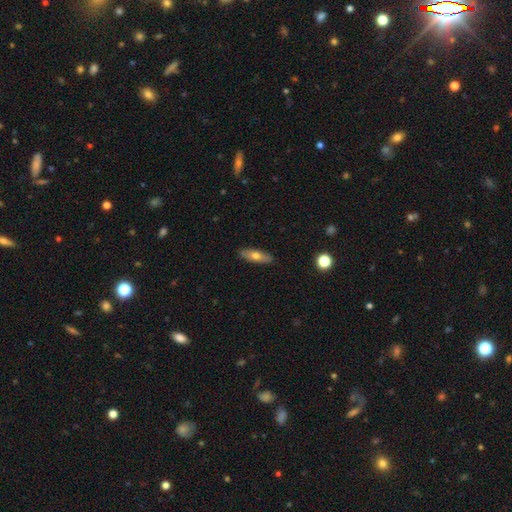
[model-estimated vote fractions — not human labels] Q: Smooth or featured?
A: smooth (63%); runner-up: featured or disk (31%)
Q: How rounded?
A: in between (50%); runner-up: cigar-shaped (47%)
Q: Merging?
A: none (89%); runner-up: minor disturbance (8%)